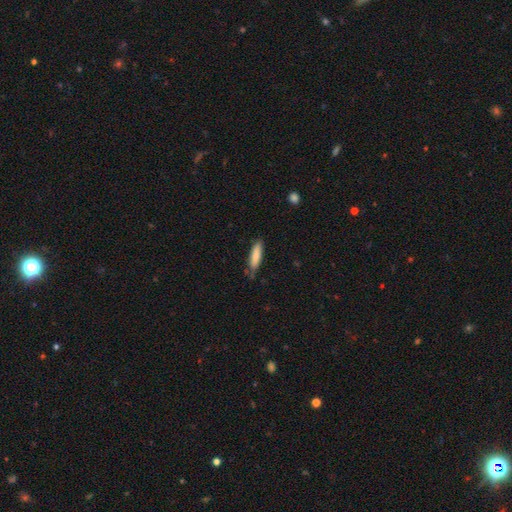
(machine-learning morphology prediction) Q: Smooth or featured?
A: smooth (84%); runner-up: featured or disk (10%)
Q: How rounded?
A: cigar-shaped (71%); runner-up: in between (28%)
Q: Merging?
A: none (73%); runner-up: minor disturbance (21%)